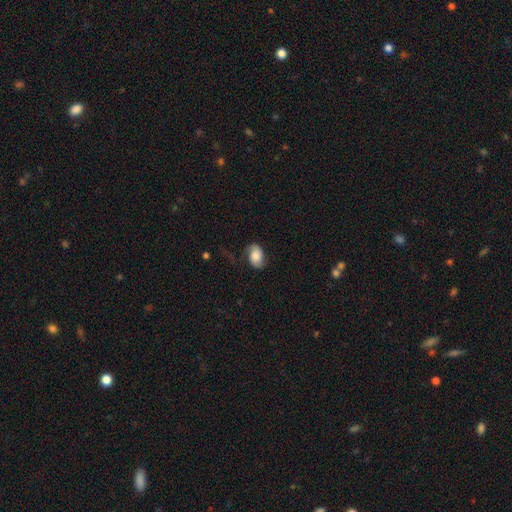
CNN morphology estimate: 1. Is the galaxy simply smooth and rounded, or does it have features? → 54% smooth, 37% featured or disk, 9% star or artifact.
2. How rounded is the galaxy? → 84% in between, 14% round, 1% cigar-shaped.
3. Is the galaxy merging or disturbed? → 62% none, 23% minor disturbance, 13% major disturbance, 2% merger.